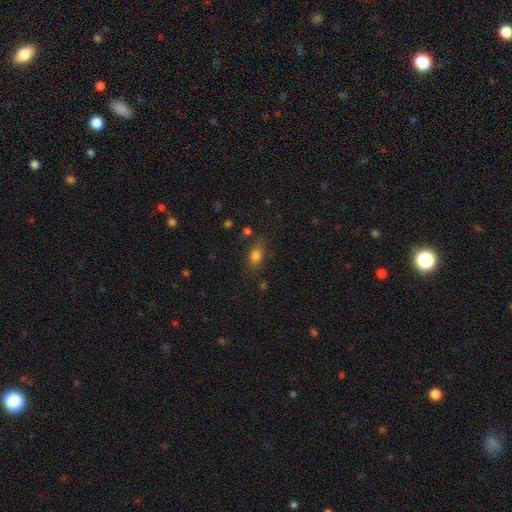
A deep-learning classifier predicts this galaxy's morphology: smooth_or_featured: smooth (p=0.79) [alt: star or artifact p=0.12]
how_rounded: in between (p=0.79) [alt: round p=0.15]
merging: none (p=0.74) [alt: minor disturbance p=0.16]